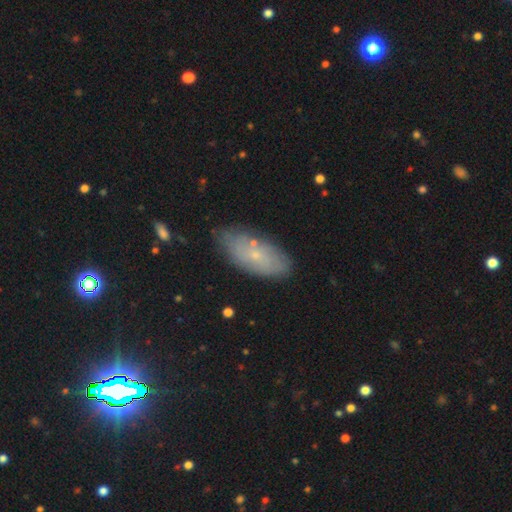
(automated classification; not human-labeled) smooth_or_featured: smooth (p=0.49) [alt: featured or disk p=0.39]
merging: none (p=0.76) [alt: minor disturbance p=0.17]